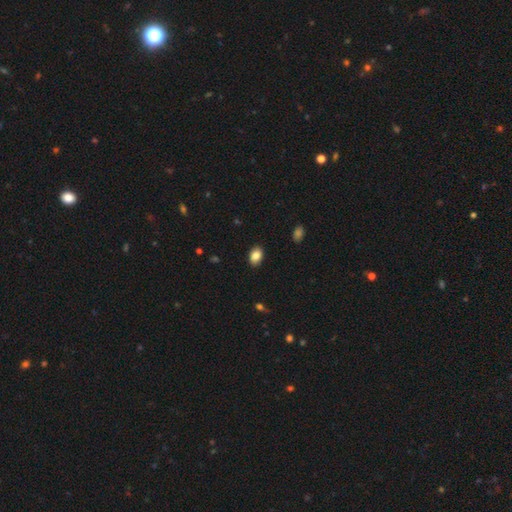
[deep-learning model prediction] This appears to be a smooth galaxy with no disk features (86%) that is in between round and cigar-shaped (85%). Merging: none (89%).